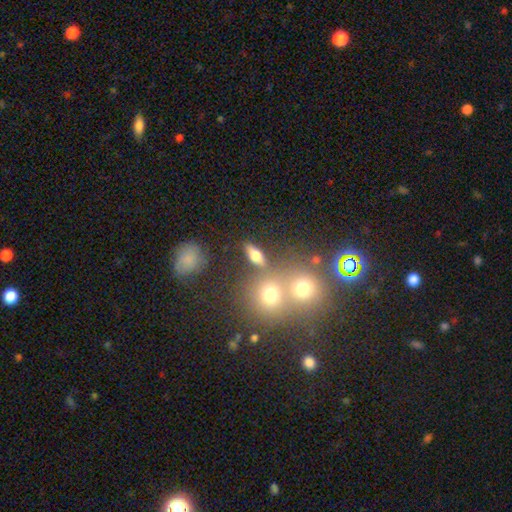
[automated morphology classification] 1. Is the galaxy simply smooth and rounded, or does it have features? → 56% smooth, 30% featured or disk, 14% star or artifact.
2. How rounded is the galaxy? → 57% in between, 25% cigar-shaped, 19% round.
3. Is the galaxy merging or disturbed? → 72% none, 12% merger, 11% minor disturbance, 5% major disturbance.